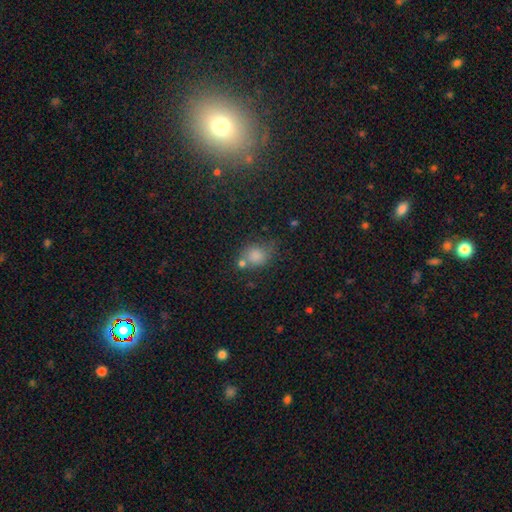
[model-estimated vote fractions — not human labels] A smooth galaxy with no disk features (79%) that is round (61%). Merging: none (49%).